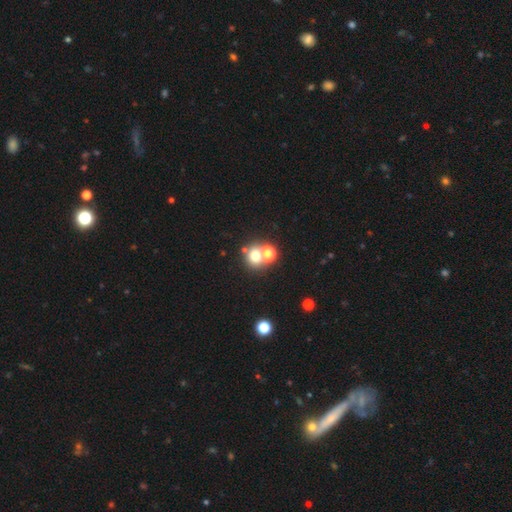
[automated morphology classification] Overall: smooth (67%). How rounded: round (79%). Merging: none (49%; merger 40%).